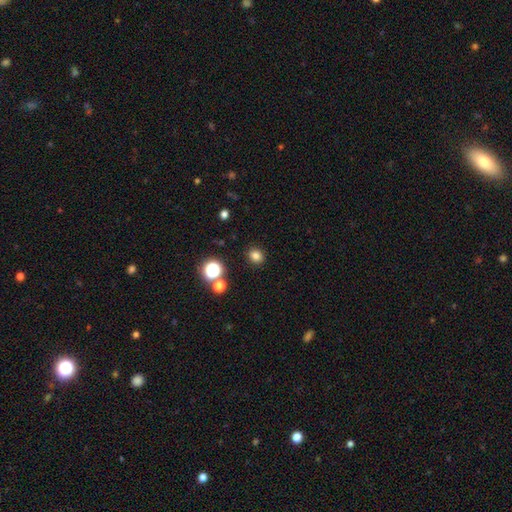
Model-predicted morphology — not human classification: The model was most divided on "how rounded": round: 74%, in between: 25%, cigar-shaped: 1%. More confident: merging — none (89%); smooth or featured — smooth (80%).